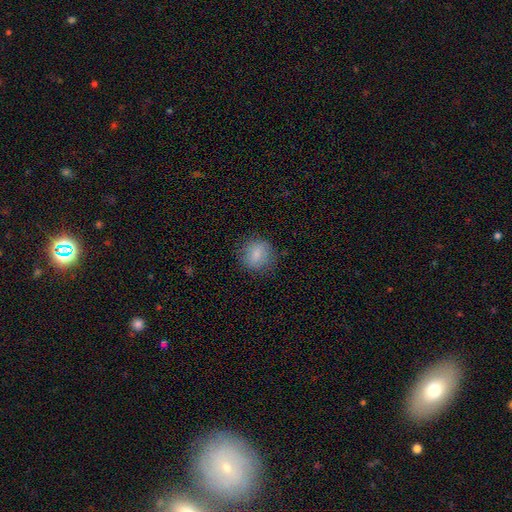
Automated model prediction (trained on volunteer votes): smooth 83%, featured or disk 9%, star or artifact 8%. Down the decision tree: how rounded — round (81%); merging — none (80%).